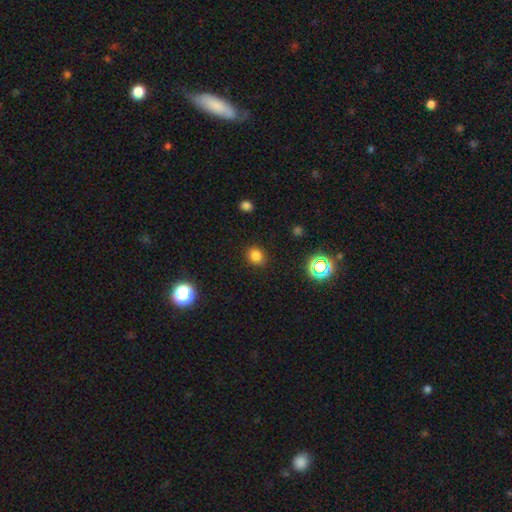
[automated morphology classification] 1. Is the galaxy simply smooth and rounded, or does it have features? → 80% smooth, 15% star or artifact, 5% featured or disk.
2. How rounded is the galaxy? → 78% round, 21% in between, 1% cigar-shaped.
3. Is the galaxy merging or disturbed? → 89% none, 7% minor disturbance, 2% major disturbance, 1% merger.